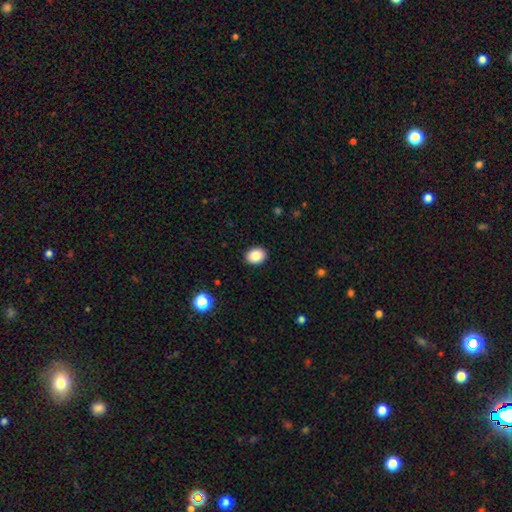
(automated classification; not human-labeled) smooth 87%, star or artifact 9%, featured or disk 4%. Down the decision tree: how rounded — in between (57%); merging — none (91%).